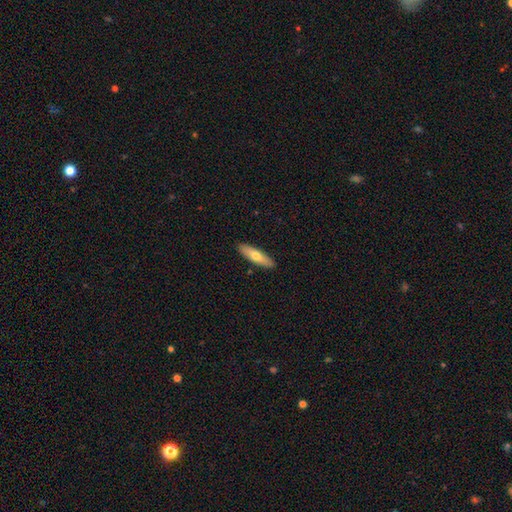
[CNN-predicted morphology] The model was most divided on "how rounded": cigar-shaped: 61%, in between: 37%, round: 2%. More confident: merging — none (91%); smooth or featured — smooth (64%).